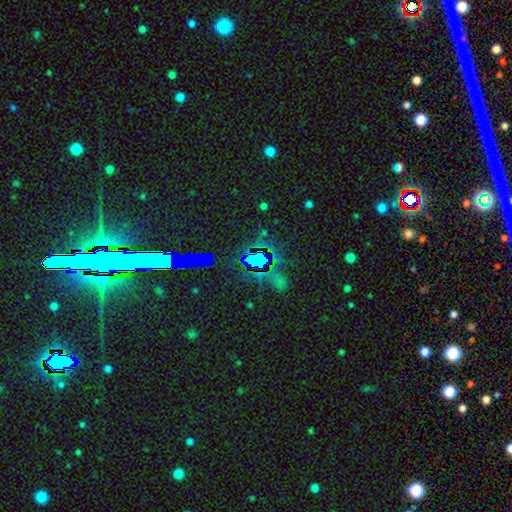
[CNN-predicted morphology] Smooth or featured? star or artifact (74%)